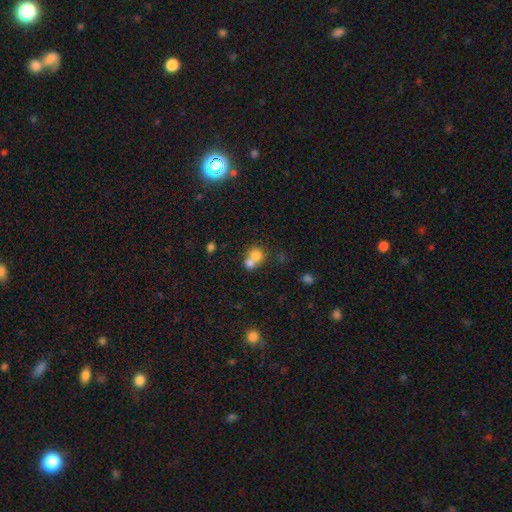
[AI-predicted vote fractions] Morphology: type=smooth (74%); roundness=round (76%); merging=merger (65%).